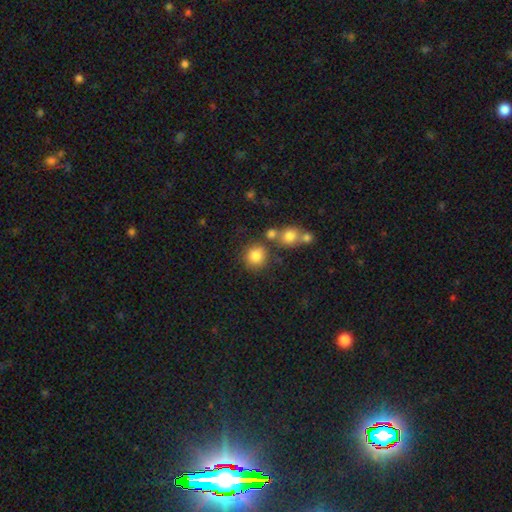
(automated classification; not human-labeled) A smooth galaxy with no disk features (82%) that is round (84%). Merging: none (71%).